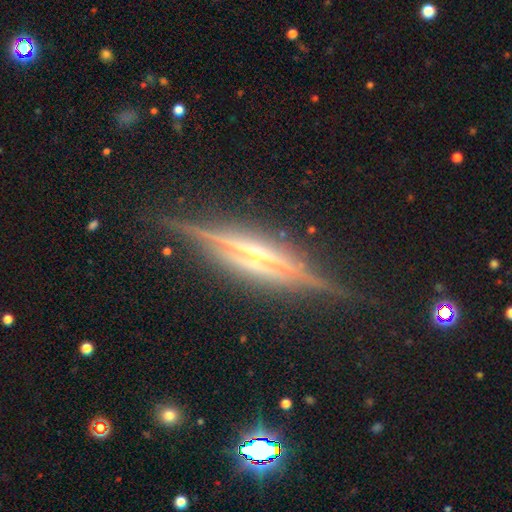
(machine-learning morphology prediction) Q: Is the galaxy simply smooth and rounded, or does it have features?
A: featured or disk — 87%.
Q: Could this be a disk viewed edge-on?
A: yes — 96%.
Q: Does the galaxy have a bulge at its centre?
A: rounded — 69%.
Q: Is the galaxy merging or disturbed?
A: none — 84%.